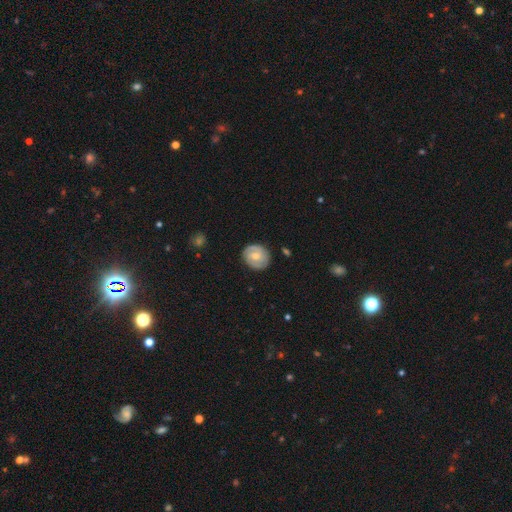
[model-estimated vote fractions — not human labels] Smooth or featured? featured or disk (59%)
Edge-on disk? no (97%)
Bar? no (54%)
Spiral arms? yes (80%)
Bulge size? moderate (65%)
Merging? none (84%)